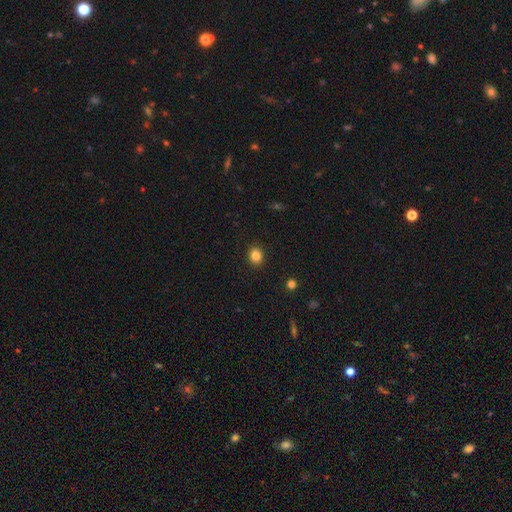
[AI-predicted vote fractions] The model was most divided on "how rounded": round: 65%, in between: 34%, cigar-shaped: 1%. More confident: merging — none (91%); smooth or featured — smooth (84%).